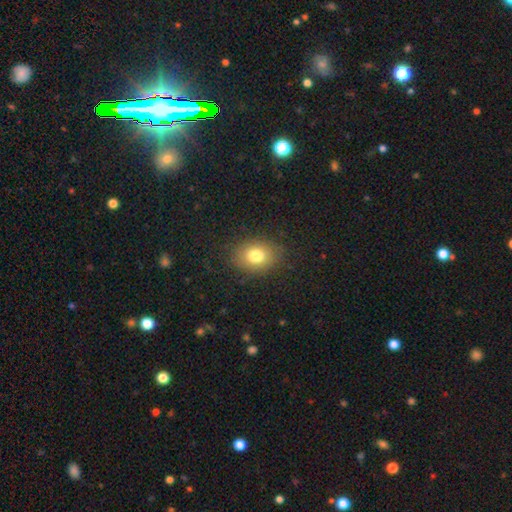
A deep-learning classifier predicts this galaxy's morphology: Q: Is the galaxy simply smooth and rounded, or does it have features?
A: smooth — 79%.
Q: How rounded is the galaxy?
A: in between — 61%.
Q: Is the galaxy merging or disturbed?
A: none — 84%.